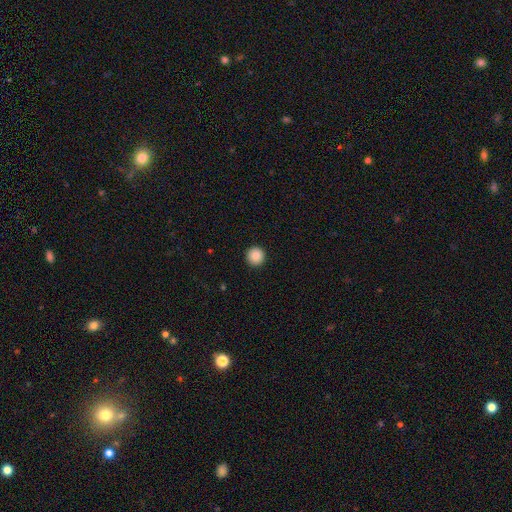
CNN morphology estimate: This is clearly a smooth galaxy (88%). How rounded: clearly round (96%). Merging: clearly none (94%).